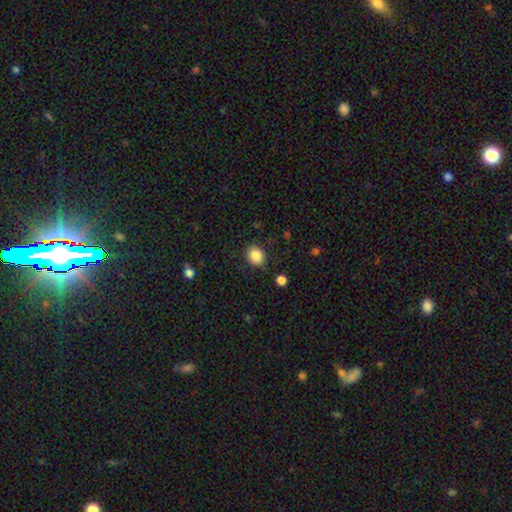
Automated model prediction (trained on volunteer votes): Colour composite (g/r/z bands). It shows a smooth galaxy with no disk features (86%) that is round (65%). Merging: none (78%).